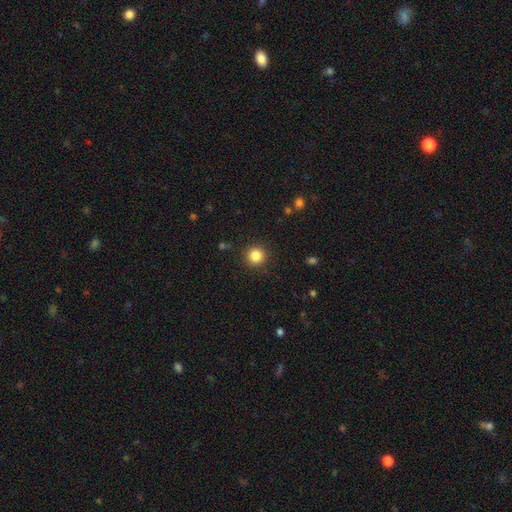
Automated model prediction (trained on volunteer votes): This appears to be a smooth galaxy with no disk features (84%) that is round (94%). Merging: none (91%).